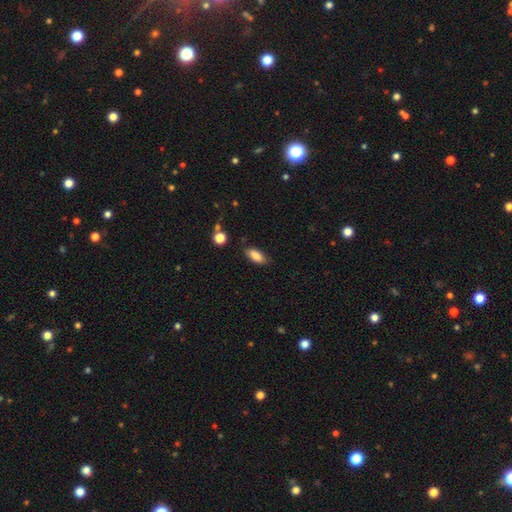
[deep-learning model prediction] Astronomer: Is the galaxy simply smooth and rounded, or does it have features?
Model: smooth — 84%.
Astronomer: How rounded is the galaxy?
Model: in between — 84%.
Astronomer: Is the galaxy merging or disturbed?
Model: none — 80%.